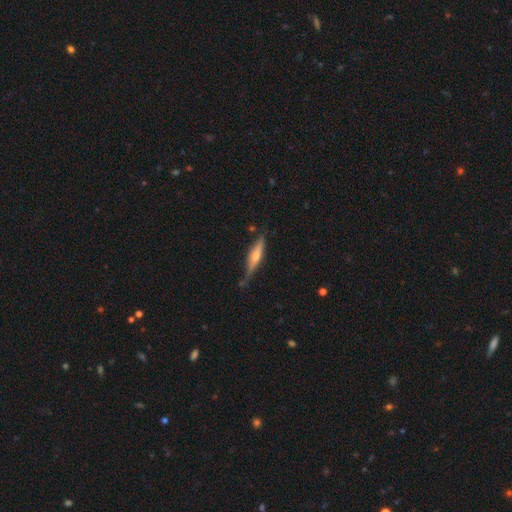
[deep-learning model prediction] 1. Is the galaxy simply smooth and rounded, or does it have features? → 65% featured or disk, 29% smooth, 6% star or artifact.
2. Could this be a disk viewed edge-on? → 95% yes, 5% no.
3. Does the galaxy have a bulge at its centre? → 85% rounded, 8% none, 7% boxy.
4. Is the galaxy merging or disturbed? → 71% none, 22% minor disturbance, 4% major disturbance, 3% merger.